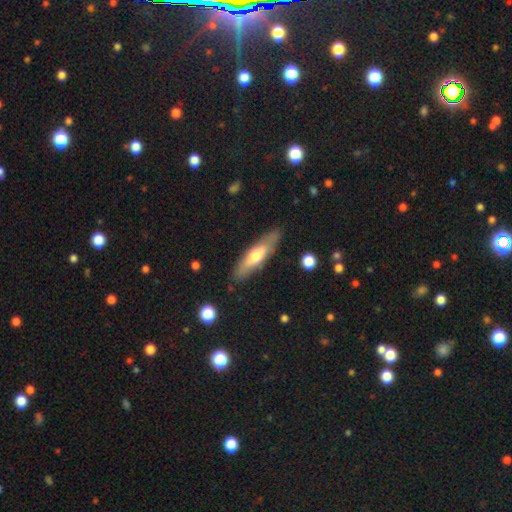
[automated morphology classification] smooth_or_featured: smooth (p=0.53) [alt: featured or disk p=0.42]
how_rounded: cigar-shaped (p=0.68) [alt: in between p=0.31]
merging: none (p=0.83) [alt: minor disturbance p=0.12]